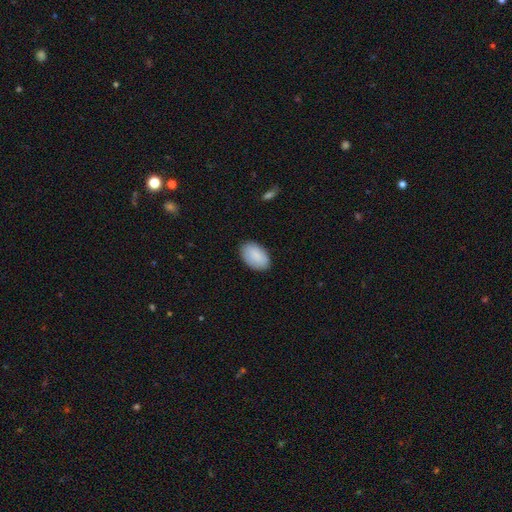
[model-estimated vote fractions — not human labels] This is clearly a smooth galaxy (88%). How rounded: clearly in between (93%). Merging: clearly none (85%).